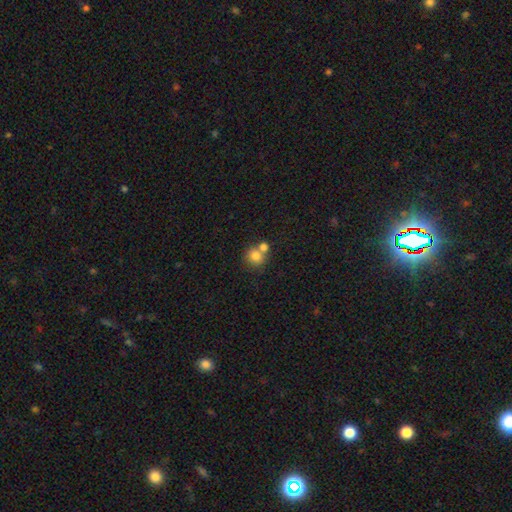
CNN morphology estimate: Smooth or featured: smooth — 80% (star or artifact — 10%)
How rounded: round — 83% (in between — 16%)
Merging: none — 45% (merger — 43%)